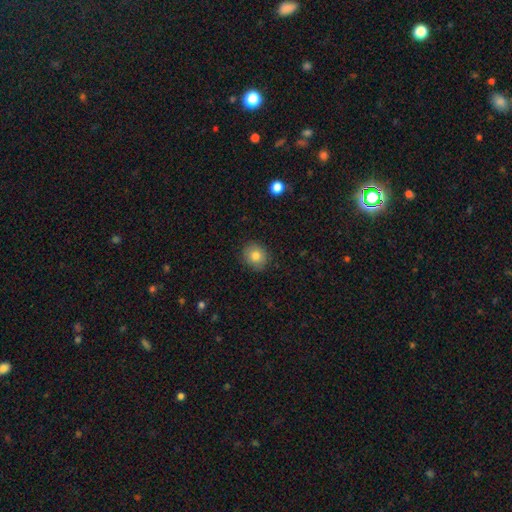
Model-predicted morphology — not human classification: Overall: smooth (82%). How rounded: round (77%). Merging: none (88%).